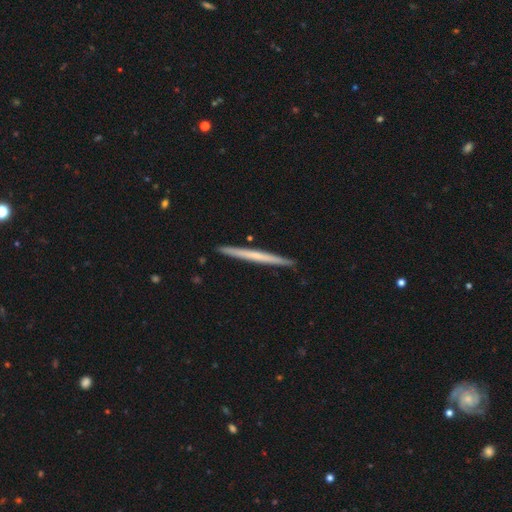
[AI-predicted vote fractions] Smooth or featured? Predicted: featured or disk (p=0.51). Edge-on disk? Predicted: yes (p=0.97). Merging? Predicted: none (p=0.92).